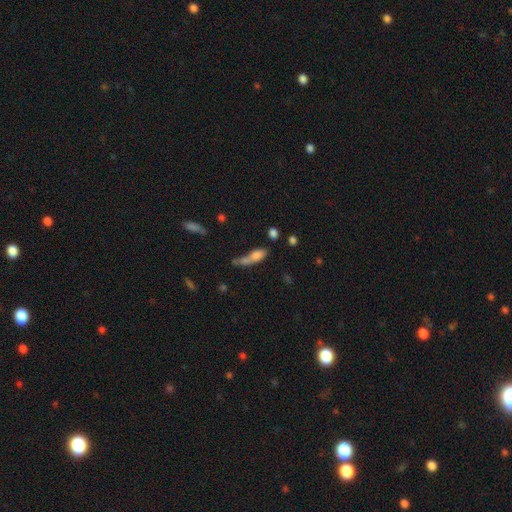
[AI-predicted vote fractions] Smooth or featured: smooth — 67% (featured or disk — 20%)
How rounded: in between — 53% (cigar-shaped — 41%)
Merging: merger — 38% (none — 28%)